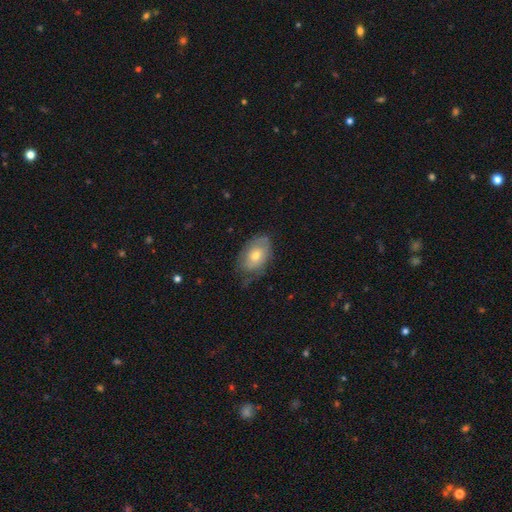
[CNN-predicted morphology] A smooth galaxy with no disk features (50%).

Vote fractions:
- Smooth or featured? smooth: 50% / featured or disk: 43% / star or artifact: 7%
- Merging? none: 62% / minor disturbance: 28% / major disturbance: 9% / merger: 1%